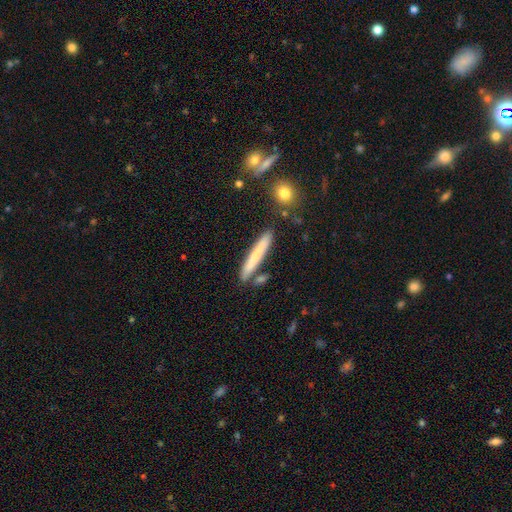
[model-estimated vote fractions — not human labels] smooth_or_featured: smooth (p=0.71) [alt: featured or disk p=0.22]
how_rounded: cigar-shaped (p=0.95) [alt: in between p=0.04]
merging: none (p=0.83) [alt: minor disturbance p=0.10]